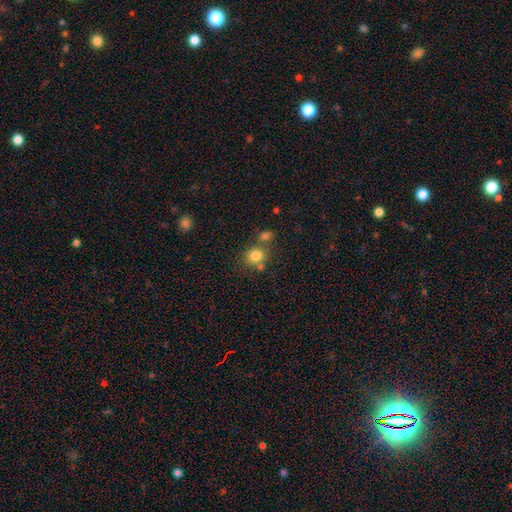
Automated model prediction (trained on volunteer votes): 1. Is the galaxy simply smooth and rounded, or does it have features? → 81% smooth, 12% star or artifact, 7% featured or disk.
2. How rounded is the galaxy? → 75% round, 24% in between, 1% cigar-shaped.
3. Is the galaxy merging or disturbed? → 61% none, 25% merger, 10% minor disturbance, 4% major disturbance.